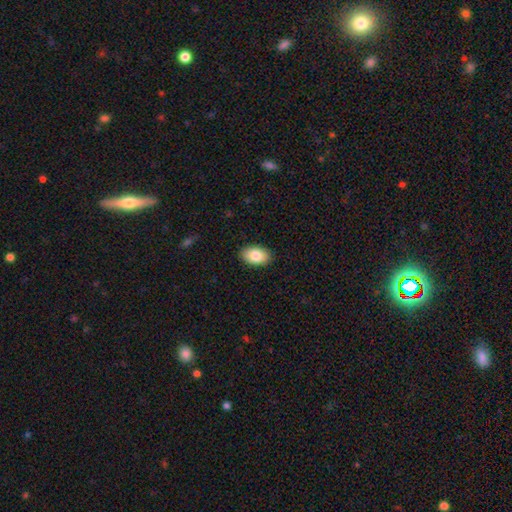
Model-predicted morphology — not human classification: Smooth or featured: smooth — 84% (featured or disk — 9%)
How rounded: in between — 93% (round — 6%)
Merging: none — 89% (minor disturbance — 8%)